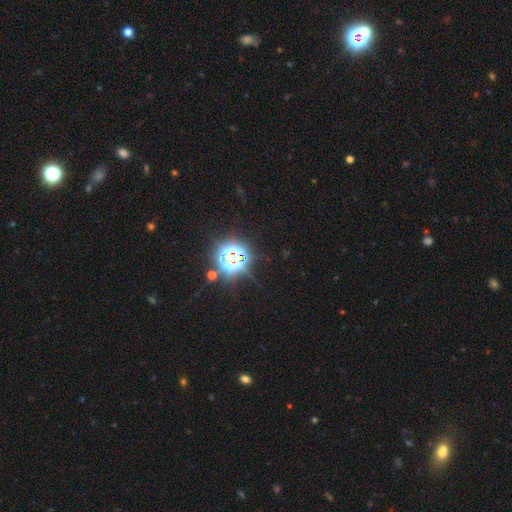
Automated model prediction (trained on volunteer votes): Overall: star or artifact (81%).